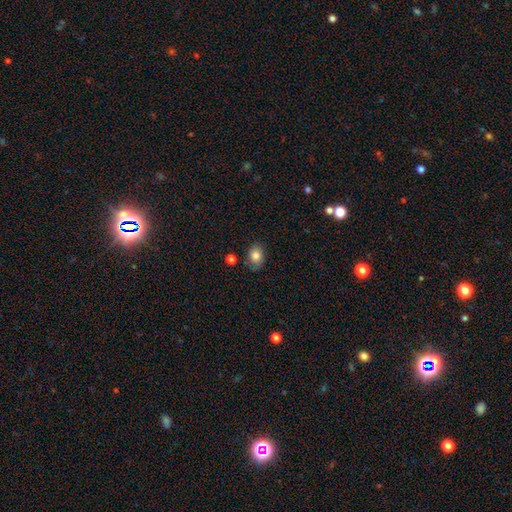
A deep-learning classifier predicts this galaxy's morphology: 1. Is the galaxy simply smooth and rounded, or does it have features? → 82% smooth, 10% featured or disk, 9% star or artifact.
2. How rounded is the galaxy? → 72% in between, 27% round, 1% cigar-shaped.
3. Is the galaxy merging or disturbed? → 77% none, 16% minor disturbance, 4% major disturbance, 3% merger.